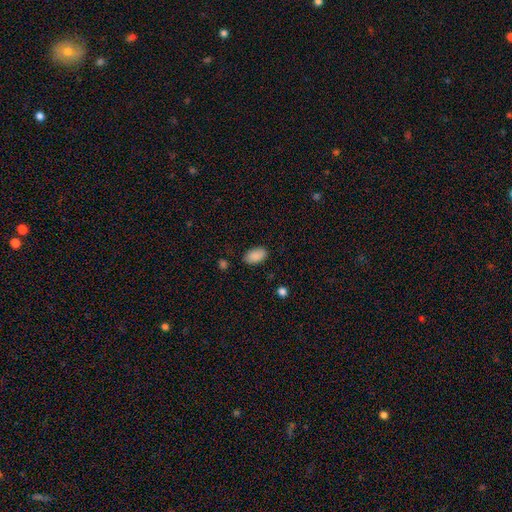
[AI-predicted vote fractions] Smooth or featured: smooth — 89% (star or artifact — 7%)
How rounded: in between — 94% (round — 5%)
Merging: none — 84% (minor disturbance — 11%)